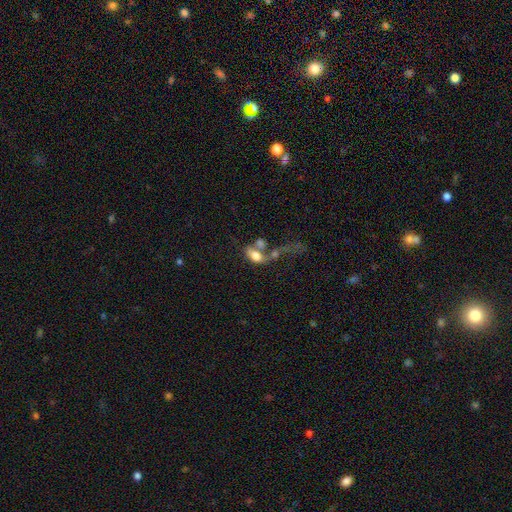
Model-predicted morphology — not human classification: Overall: smooth (61%; featured or disk 28%). How rounded: in between (82%). Merging: merger (58%; major disturbance 21%).